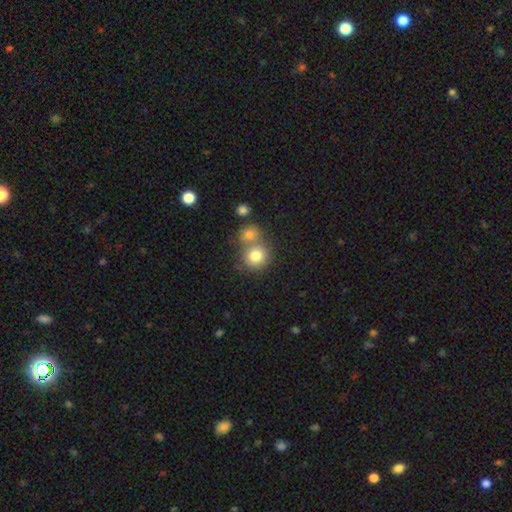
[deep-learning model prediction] Smooth or featured: smooth — 79% (featured or disk — 10%)
How rounded: round — 85% (in between — 14%)
Merging: none — 47% (merger — 41%)